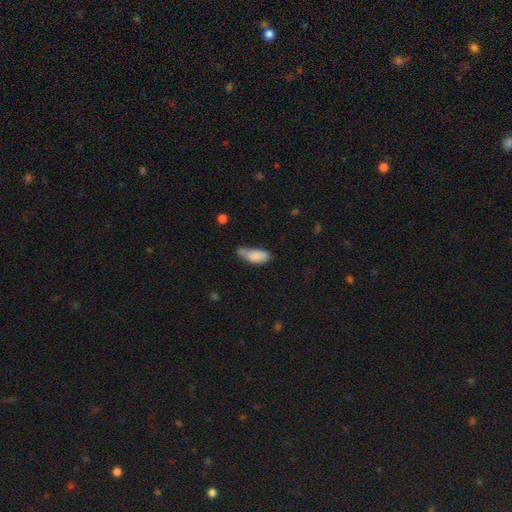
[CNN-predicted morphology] This is clearly a smooth galaxy (82%). How rounded: clearly in between (80%). Merging: marginally minor disturbance (34%).